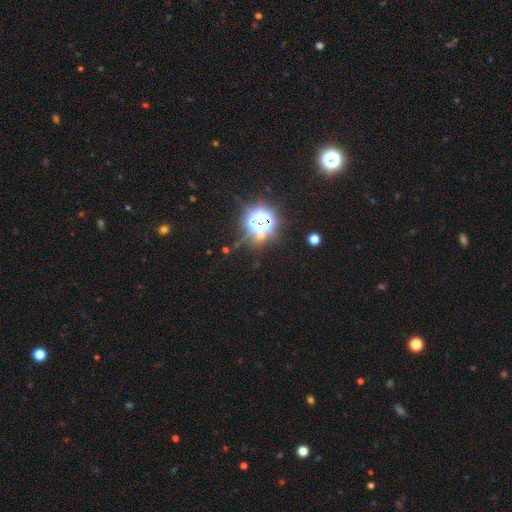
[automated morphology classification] Q: Smooth or featured?
A: star or artifact (81%); runner-up: smooth (13%)